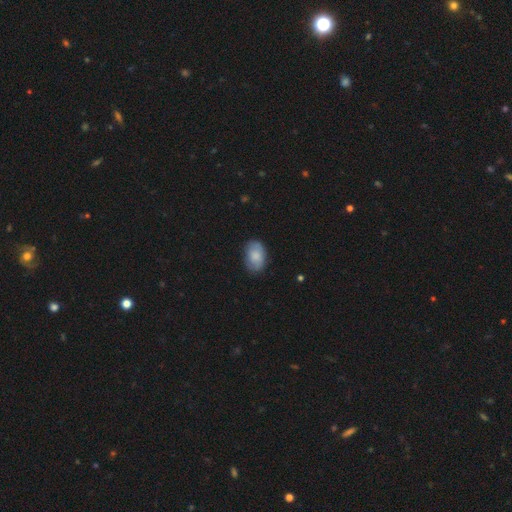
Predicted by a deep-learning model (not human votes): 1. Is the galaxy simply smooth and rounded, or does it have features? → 79% smooth, 14% featured or disk, 7% star or artifact.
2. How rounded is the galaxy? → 87% in between, 12% round, 1% cigar-shaped.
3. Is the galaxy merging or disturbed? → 78% none, 17% minor disturbance, 4% major disturbance, 1% merger.